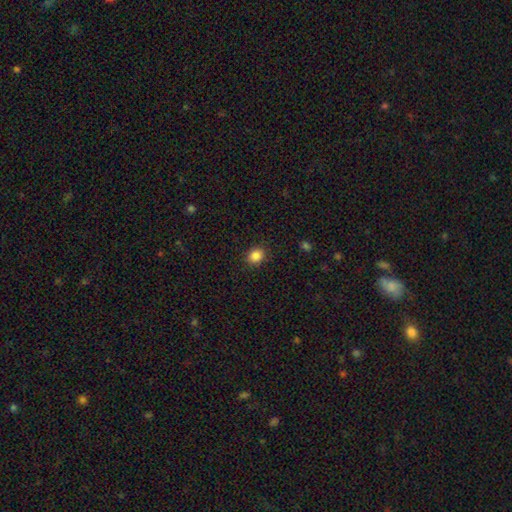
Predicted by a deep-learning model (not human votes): Smooth or featured? Predicted: smooth (p=0.86). How rounded? Predicted: round (p=0.62). Merging? Predicted: none (p=0.88).